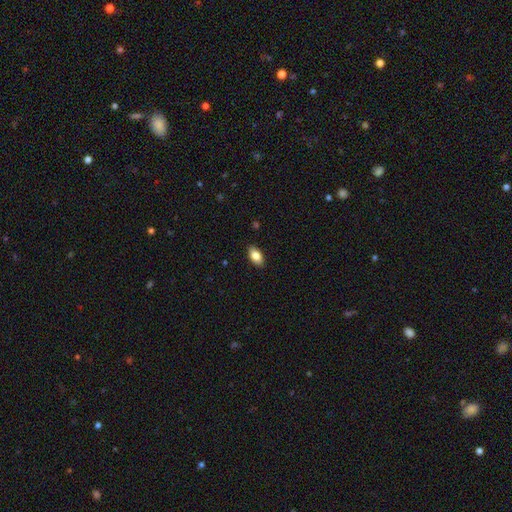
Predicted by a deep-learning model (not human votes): smooth-or-featured: smooth: 83% | featured or disk: 10% | star or artifact: 7%
  how-rounded: in between: 92% | round: 5% | cigar-shaped: 3%
  merging: none: 88% | minor disturbance: 9% | major disturbance: 2% | merger: 1%